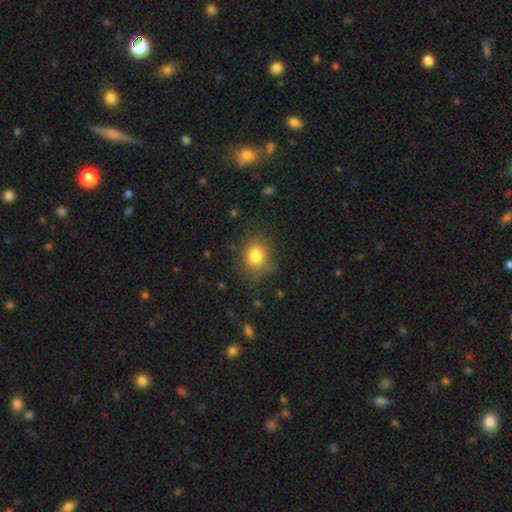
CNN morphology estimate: A smooth galaxy with no disk features (81%) that is round (68%).

Vote fractions:
- Smooth or featured? smooth: 81% / star or artifact: 11% / featured or disk: 8%
- How rounded? round: 68% / in between: 31% / cigar-shaped: 1%
- Merging? none: 70% / minor disturbance: 20% / major disturbance: 7% / merger: 2%